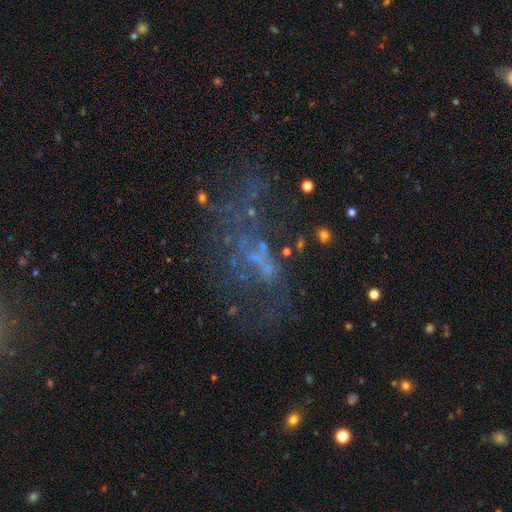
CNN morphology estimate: This appears to be a featured or disk galaxy (47%). Merging: none (43%).